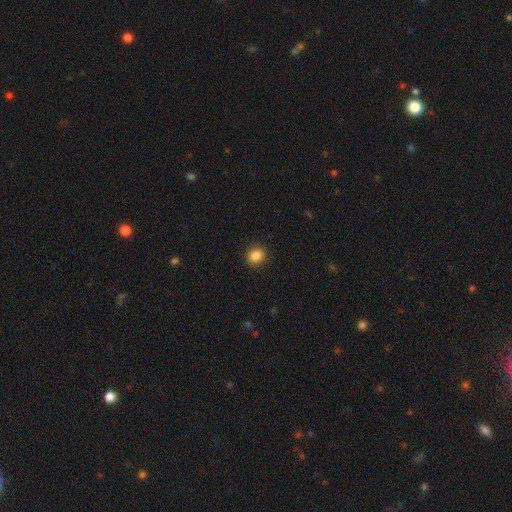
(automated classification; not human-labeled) A smooth galaxy with no disk features (86%) that is round (85%).

Vote fractions:
- Smooth or featured? smooth: 86% / star or artifact: 10% / featured or disk: 3%
- How rounded? round: 85% / in between: 14% / cigar-shaped: 1%
- Merging? none: 90% / minor disturbance: 7% / major disturbance: 2% / merger: 1%